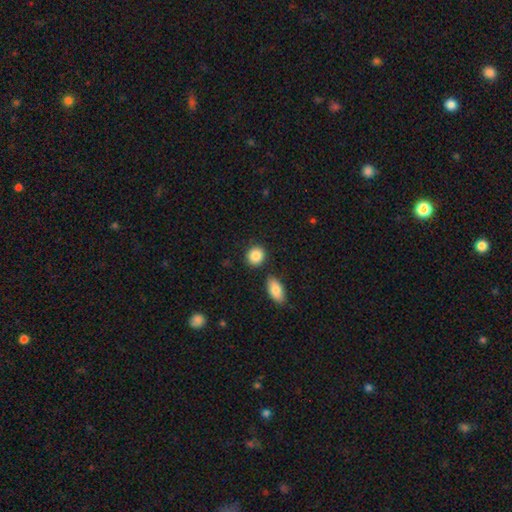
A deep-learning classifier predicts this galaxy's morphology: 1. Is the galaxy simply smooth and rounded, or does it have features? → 88% smooth, 7% star or artifact, 5% featured or disk.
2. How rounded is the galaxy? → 75% round, 24% in between, 1% cigar-shaped.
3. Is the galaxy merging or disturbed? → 82% none, 9% minor disturbance, 6% merger, 3% major disturbance.